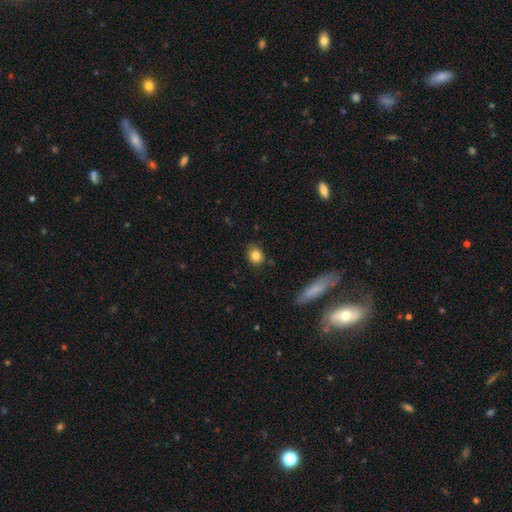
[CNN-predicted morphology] The model was most divided on "how rounded": round: 60%, in between: 38%, cigar-shaped: 2%. More confident: smooth or featured — smooth (83%); merging — none (81%).